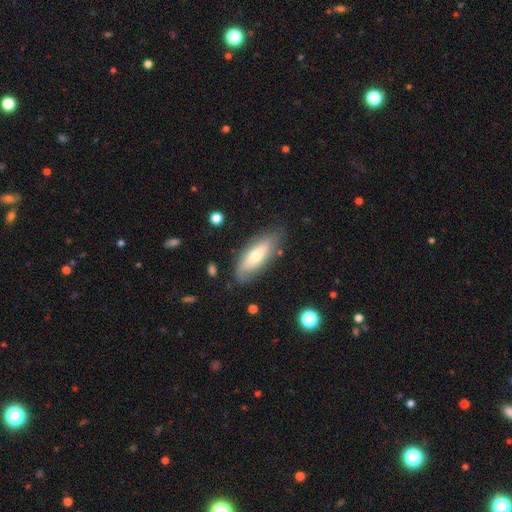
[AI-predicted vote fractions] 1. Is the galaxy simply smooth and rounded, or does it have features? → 56% smooth, 37% featured or disk, 7% star or artifact.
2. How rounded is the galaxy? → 65% in between, 33% cigar-shaped, 2% round.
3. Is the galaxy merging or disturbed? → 78% none, 16% minor disturbance, 4% major disturbance, 2% merger.